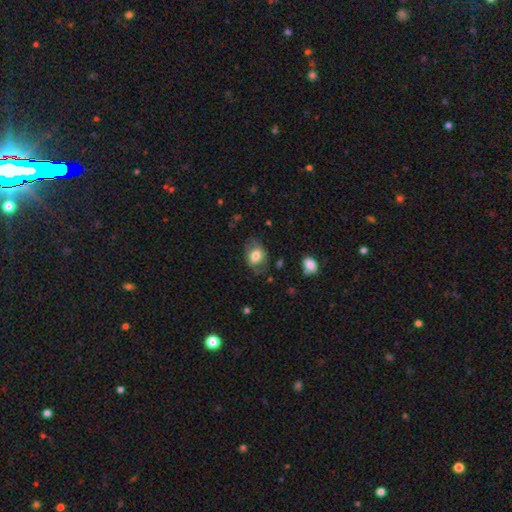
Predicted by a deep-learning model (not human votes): This is likely a smooth galaxy (70%). How rounded: likely in between (74%). Merging: likely none (64%).